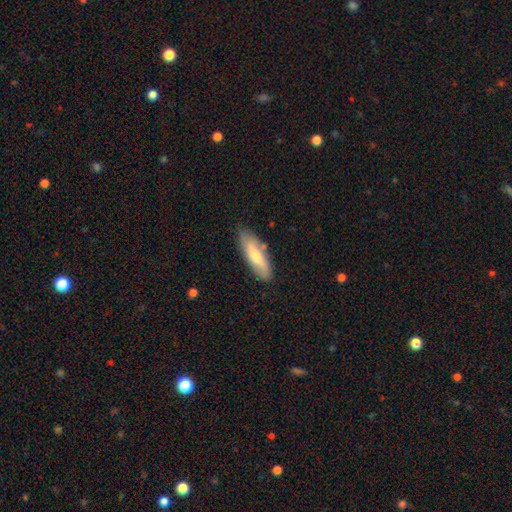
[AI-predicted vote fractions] smooth 65%, featured or disk 29%, star or artifact 6%. Down the decision tree: how rounded — in between (51%); merging — none (76%).